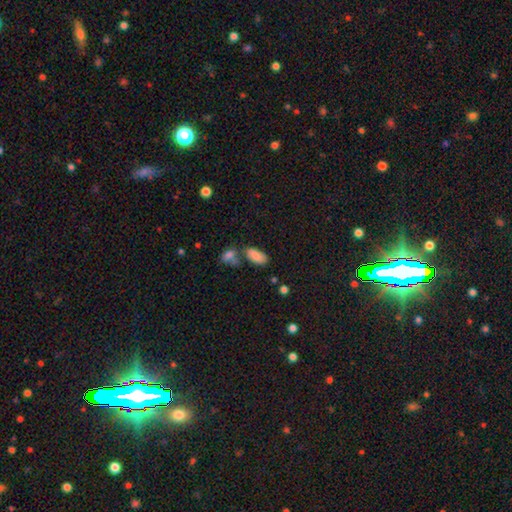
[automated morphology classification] Smooth or featured?
  - smooth: 86% *
  - star or artifact: 8%
  - featured or disk: 6%
How rounded?
  - in between: 92% *
  - cigar-shaped: 6%
  - round: 2%
Merging?
  - none: 61% *
  - merger: 21%
  - minor disturbance: 14%
  - major disturbance: 5%